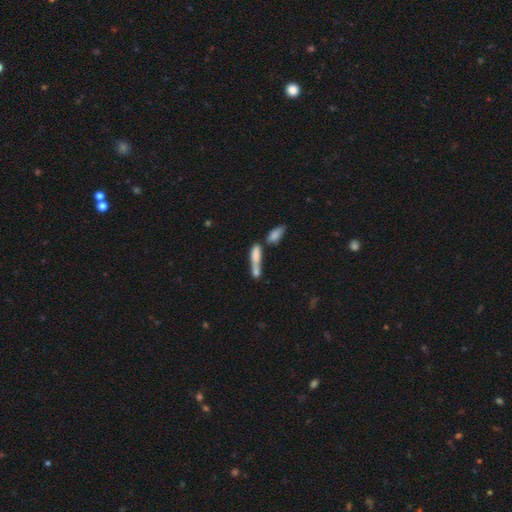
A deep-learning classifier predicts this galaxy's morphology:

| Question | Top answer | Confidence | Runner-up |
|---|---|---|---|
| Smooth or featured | smooth | 70% | featured or disk (21%) |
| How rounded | cigar-shaped | 60% | in between (37%) |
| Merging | merger | 59% | none (22%) |